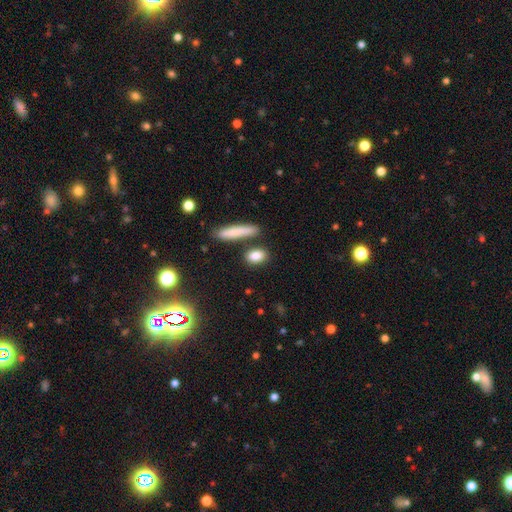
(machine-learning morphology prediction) Q: Smooth or featured?
A: smooth (85%); runner-up: featured or disk (8%)
Q: How rounded?
A: in between (67%); runner-up: round (18%)
Q: Merging?
A: none (75%); runner-up: minor disturbance (11%)